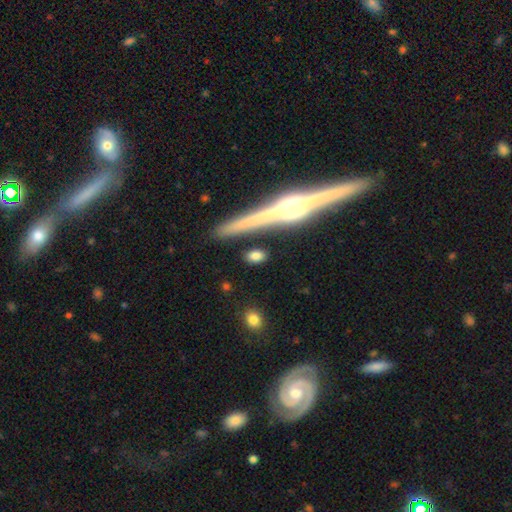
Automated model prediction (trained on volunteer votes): Smooth or featured?
  - smooth: 76% *
  - featured or disk: 16%
  - star or artifact: 8%
How rounded?
  - in between: 62% *
  - round: 21%
  - cigar-shaped: 17%
Merging?
  - none: 83% *
  - minor disturbance: 10%
  - merger: 3%
  - major disturbance: 3%